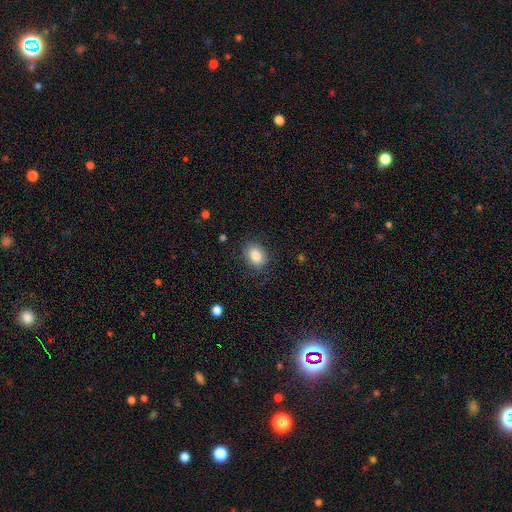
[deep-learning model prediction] A smooth galaxy with no disk features (86%) that is in between round and cigar-shaped (71%).

Vote fractions:
- Smooth or featured? smooth: 86% / star or artifact: 8% / featured or disk: 6%
- How rounded? in between: 71% / round: 28% / cigar-shaped: 1%
- Merging? none: 82% / minor disturbance: 13% / major disturbance: 4% / merger: 1%